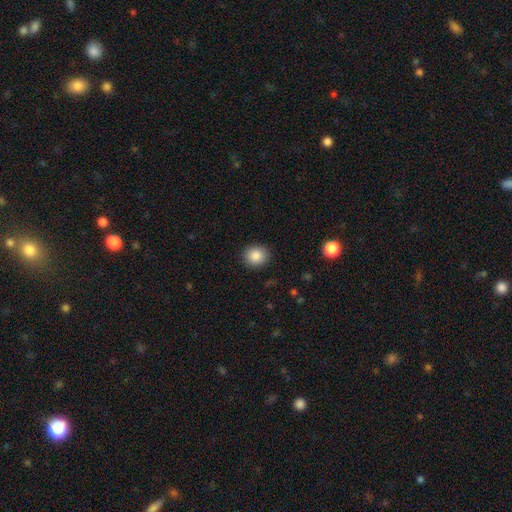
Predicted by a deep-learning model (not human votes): The model was most divided on "how rounded": round: 81%, in between: 18%, cigar-shaped: 1%. More confident: merging — none (90%); smooth or featured — smooth (86%).